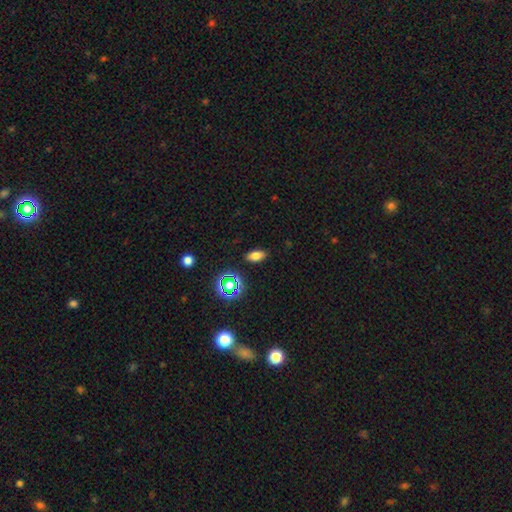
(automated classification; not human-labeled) Smooth or featured?
  - smooth: 73% *
  - star or artifact: 17%
  - featured or disk: 10%
How rounded?
  - in between: 85% *
  - round: 8%
  - cigar-shaped: 7%
Merging?
  - none: 88% *
  - minor disturbance: 8%
  - major disturbance: 2%
  - merger: 1%